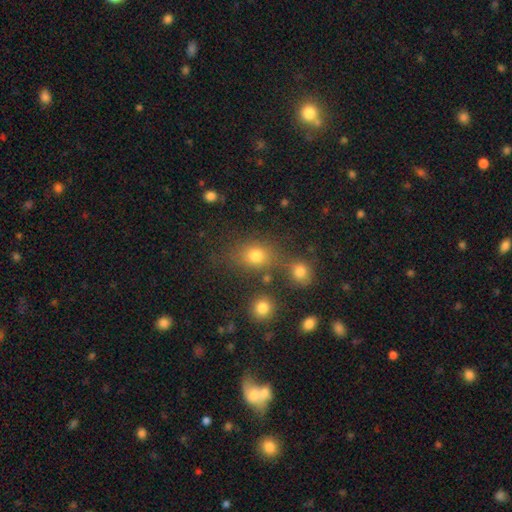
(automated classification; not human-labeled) Smooth or featured? smooth (74%)
How rounded? round (58%)
Merging? none (66%)